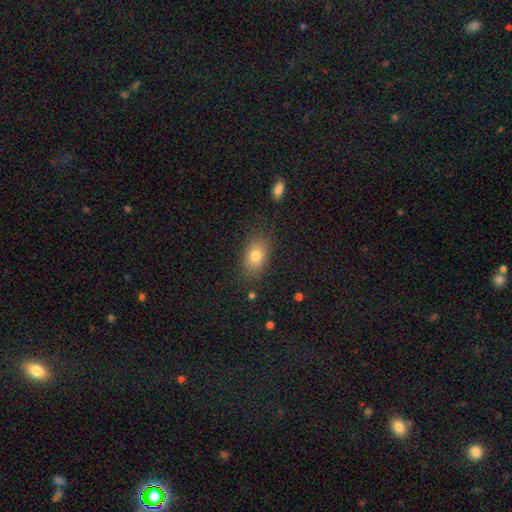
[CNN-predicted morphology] This is likely a smooth galaxy (78%). How rounded: likely in between (79%). Merging: clearly none (81%).